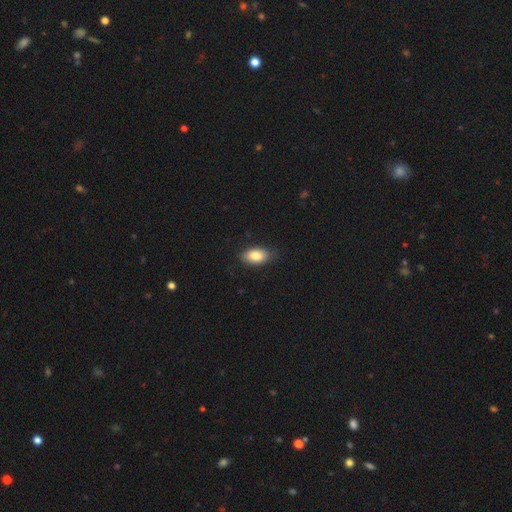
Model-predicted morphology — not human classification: Smooth or featured?
  - smooth: 85% *
  - featured or disk: 9%
  - star or artifact: 7%
How rounded?
  - in between: 92% *
  - round: 5%
  - cigar-shaped: 3%
Merging?
  - none: 83% *
  - minor disturbance: 14%
  - major disturbance: 2%
  - merger: 1%